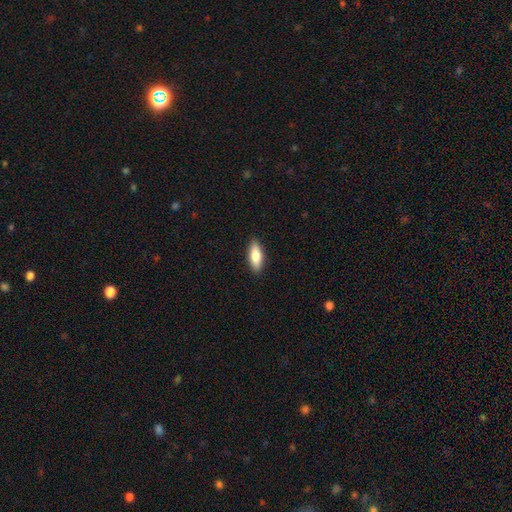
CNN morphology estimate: The model was most divided on "how rounded": in between: 69%, cigar-shaped: 29%, round: 2%. More confident: merging — none (90%); smooth or featured — smooth (80%).